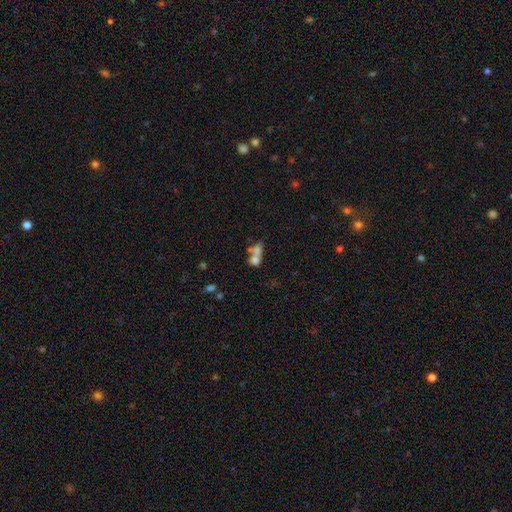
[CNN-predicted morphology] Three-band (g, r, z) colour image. It shows a smooth galaxy with no disk features (66%) that is in between round and cigar-shaped (61%). Merging: merger (65%).